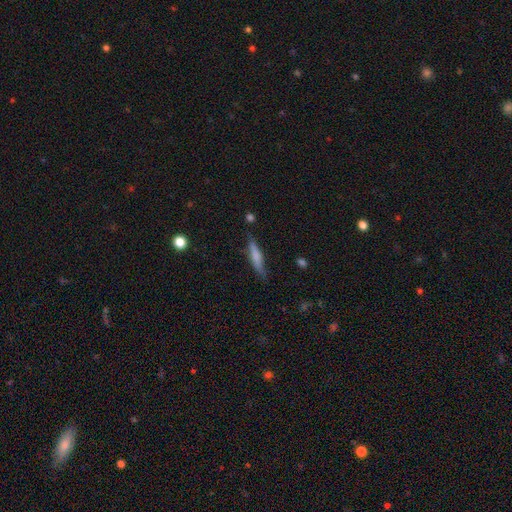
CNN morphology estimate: smooth_or_featured: smooth (p=0.63) [alt: featured or disk p=0.31]
how_rounded: cigar-shaped (p=0.84) [alt: in between p=0.14]
merging: none (p=0.75) [alt: minor disturbance p=0.18]